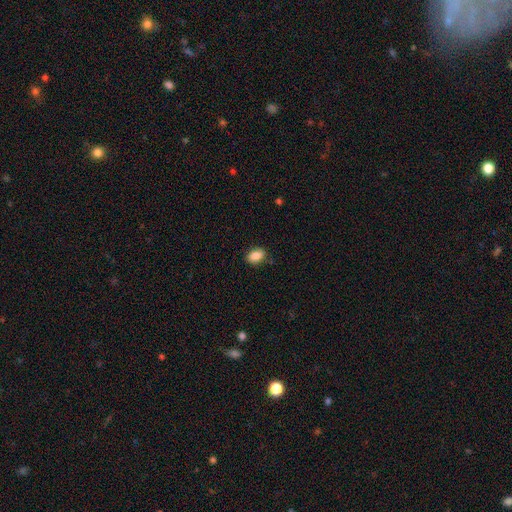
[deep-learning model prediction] Q: Smooth or featured?
A: smooth (86%); runner-up: star or artifact (8%)
Q: How rounded?
A: in between (81%); runner-up: round (17%)
Q: Merging?
A: none (85%); runner-up: minor disturbance (11%)